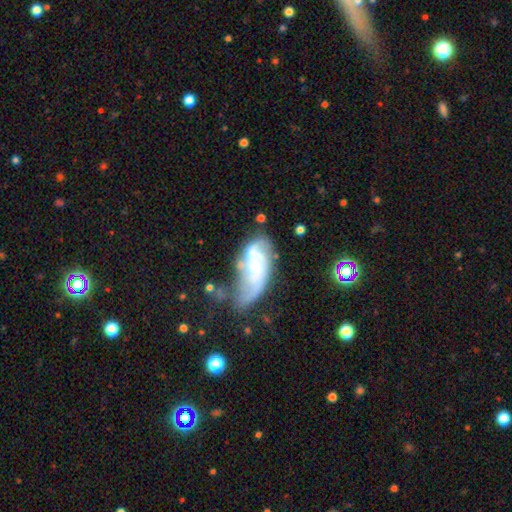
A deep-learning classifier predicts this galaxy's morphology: type=featured or disk (67%); edge-on=no (95%); bar=no (61%); spiral arms=yes (71%); bulge=moderate (45%); merging=major disturbance (38%).